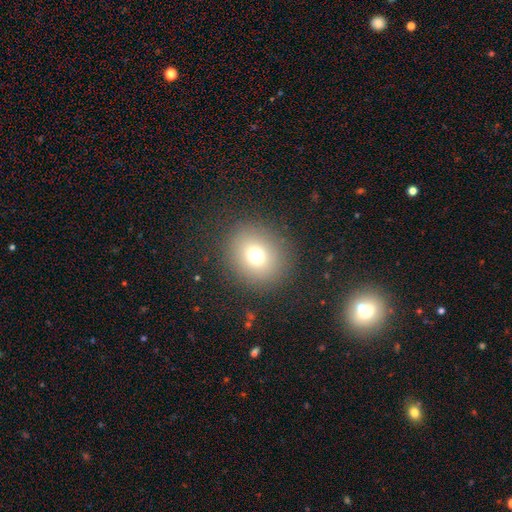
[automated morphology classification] Smooth or featured?
  - smooth: 73% *
  - star or artifact: 16%
  - featured or disk: 11%
How rounded?
  - round: 77% *
  - in between: 22%
  - cigar-shaped: 1%
Merging?
  - none: 87% *
  - minor disturbance: 7%
  - major disturbance: 4%
  - merger: 1%